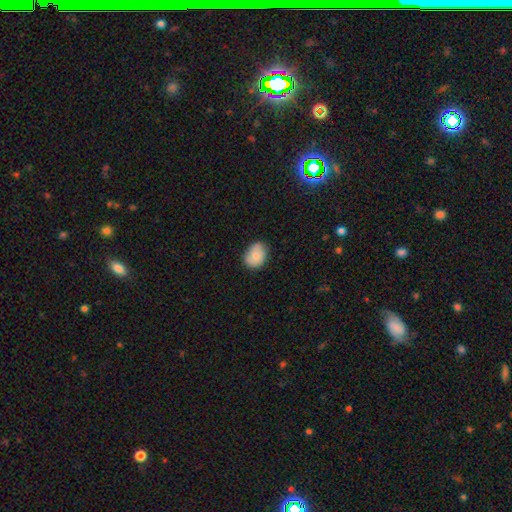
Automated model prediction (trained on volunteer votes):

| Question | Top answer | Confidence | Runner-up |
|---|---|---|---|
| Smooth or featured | smooth | 76% | featured or disk (16%) |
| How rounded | in between | 55% | round (44%) |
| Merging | none | 72% | minor disturbance (22%) |